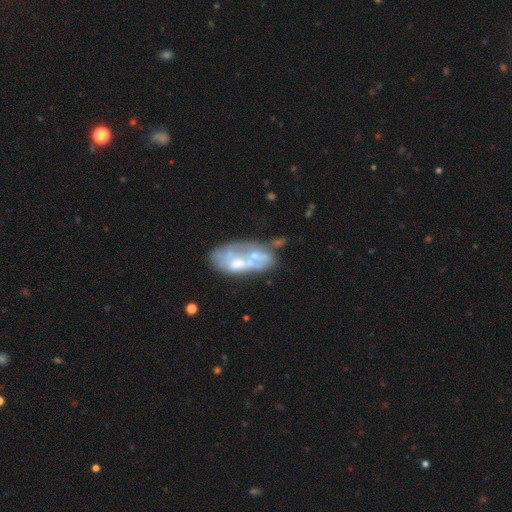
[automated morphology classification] smooth-or-featured: featured or disk: 58% | smooth: 32% | star or artifact: 10%
  disk-edge-on: no: 95% | yes: 5%
    bar: no: 85% | weak: 11% | strong: 4%
    has-spiral-arms: no: 88% | yes: 12%
    bulge-size: moderate: 39% | none: 30% | small: 21% | large: 8% | dominant: 2%
  merging: merger: 38% | none: 23% | major disturbance: 23% | minor disturbance: 16%